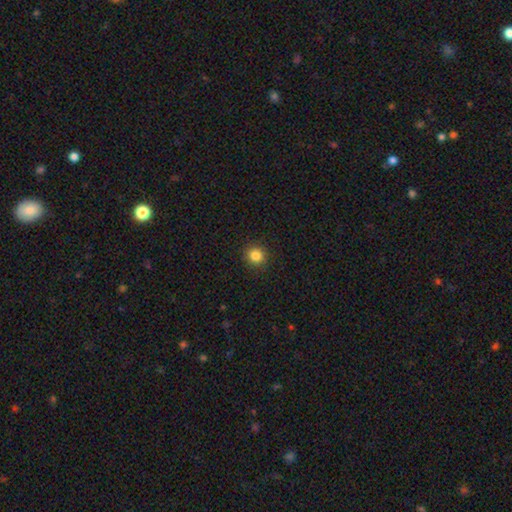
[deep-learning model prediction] A smooth galaxy with no disk features (84%) that is round (91%).

Vote fractions:
- Smooth or featured? smooth: 84% / star or artifact: 11% / featured or disk: 4%
- How rounded? round: 91% / in between: 8% / cigar-shaped: 1%
- Merging? none: 92% / minor disturbance: 6% / major disturbance: 2% / merger: 1%